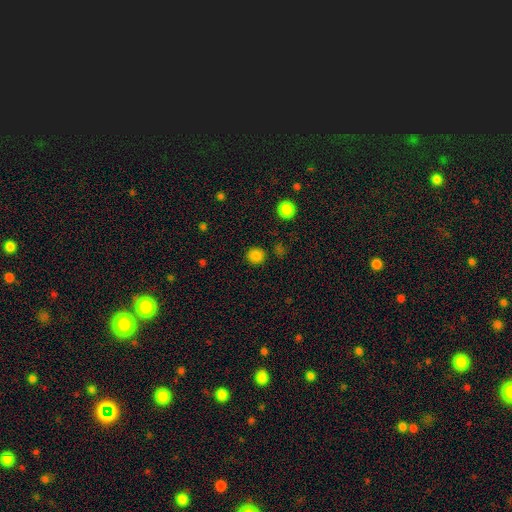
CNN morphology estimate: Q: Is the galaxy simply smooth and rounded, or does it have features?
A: smooth — 83%.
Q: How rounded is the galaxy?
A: round — 91%.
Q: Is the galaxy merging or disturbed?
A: none — 89%.